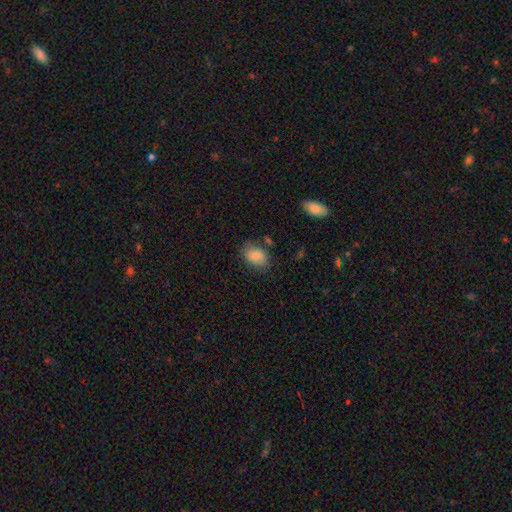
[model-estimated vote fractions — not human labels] This appears to be a smooth galaxy with no disk features (83%) that is in between round and cigar-shaped (76%). Merging: none (75%).